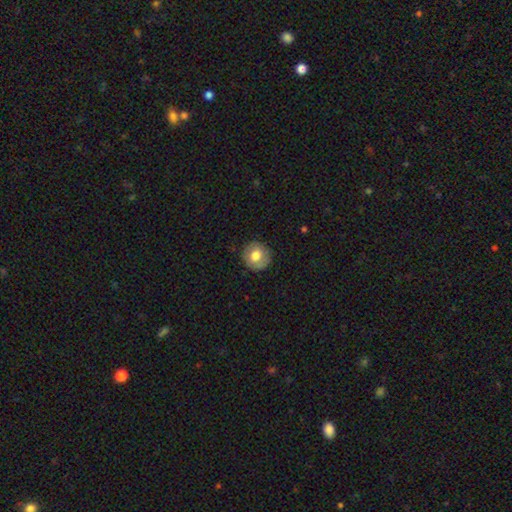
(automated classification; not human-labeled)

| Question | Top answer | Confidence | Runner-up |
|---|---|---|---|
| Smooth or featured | smooth | 70% | featured or disk (22%) |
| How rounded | round | 91% | in between (8%) |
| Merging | none | 86% | minor disturbance (11%) |